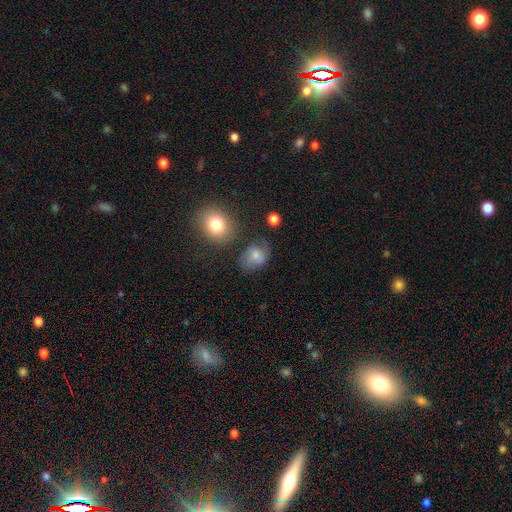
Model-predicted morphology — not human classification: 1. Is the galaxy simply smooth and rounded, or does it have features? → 66% smooth, 22% featured or disk, 12% star or artifact.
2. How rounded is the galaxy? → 58% in between, 41% round, 1% cigar-shaped.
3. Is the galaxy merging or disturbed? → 55% none, 26% minor disturbance, 13% major disturbance, 6% merger.